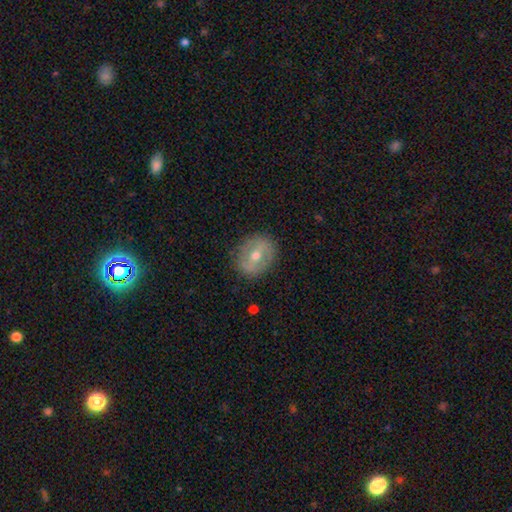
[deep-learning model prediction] Smooth or featured? Predicted: featured or disk (p=0.53). Edge-on disk? Predicted: no (p=0.93). Merging? Predicted: none (p=0.86).